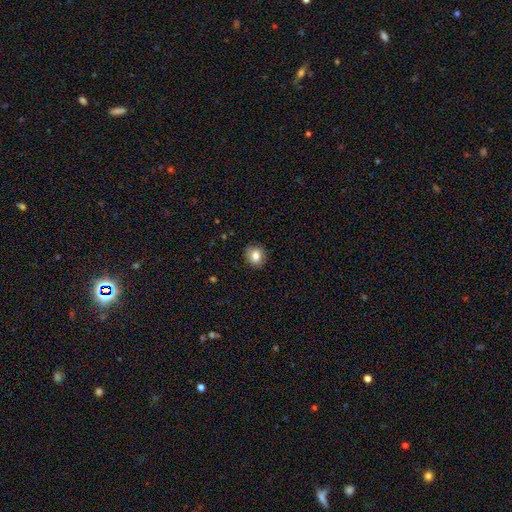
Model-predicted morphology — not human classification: Smooth or featured?
  - smooth: 81% *
  - star or artifact: 10%
  - featured or disk: 9%
How rounded?
  - round: 71% *
  - in between: 28%
  - cigar-shaped: 1%
Merging?
  - none: 87% *
  - minor disturbance: 10%
  - major disturbance: 2%
  - merger: 1%